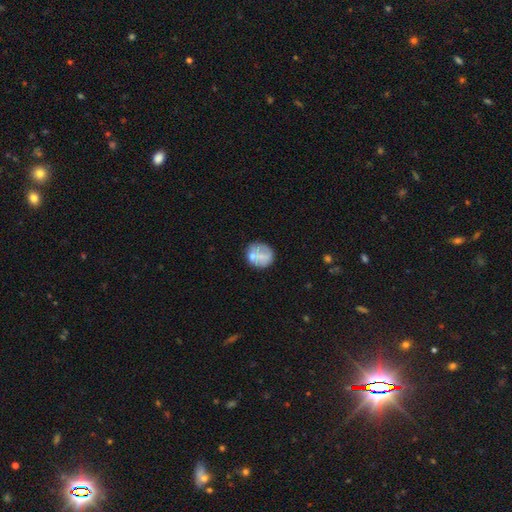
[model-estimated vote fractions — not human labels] A smooth galaxy with no disk features (65%) that is round (81%). Merging: none (61%).